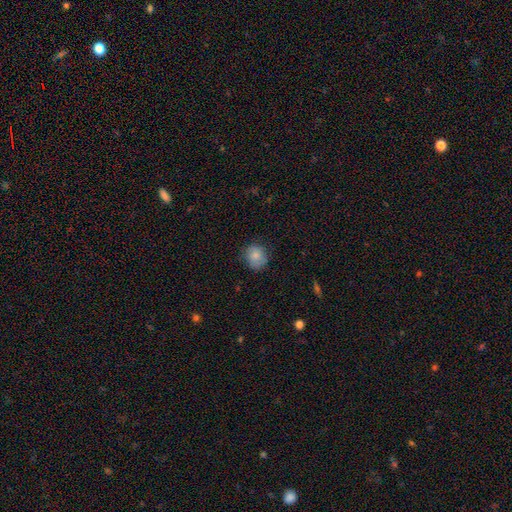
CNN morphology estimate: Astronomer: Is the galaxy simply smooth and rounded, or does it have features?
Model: smooth — 83%.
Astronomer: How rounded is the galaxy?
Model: round — 76%.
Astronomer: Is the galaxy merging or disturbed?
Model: none — 76%.